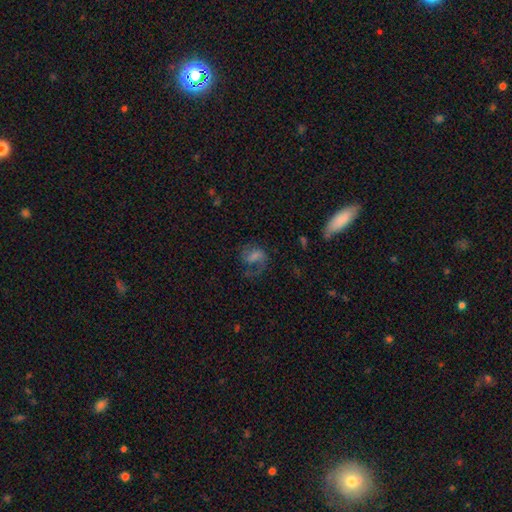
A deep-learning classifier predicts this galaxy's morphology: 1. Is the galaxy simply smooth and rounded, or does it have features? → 60% featured or disk, 27% smooth, 13% star or artifact.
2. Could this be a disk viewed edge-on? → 97% no, 3% yes.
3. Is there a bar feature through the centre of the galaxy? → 47% weak, 29% no, 24% strong.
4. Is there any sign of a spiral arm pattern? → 86% yes, 14% no.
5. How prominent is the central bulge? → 34% none, 28% small, 24% moderate, 12% large, 3% dominant.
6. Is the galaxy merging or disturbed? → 51% none, 28% major disturbance, 18% minor disturbance, 3% merger.